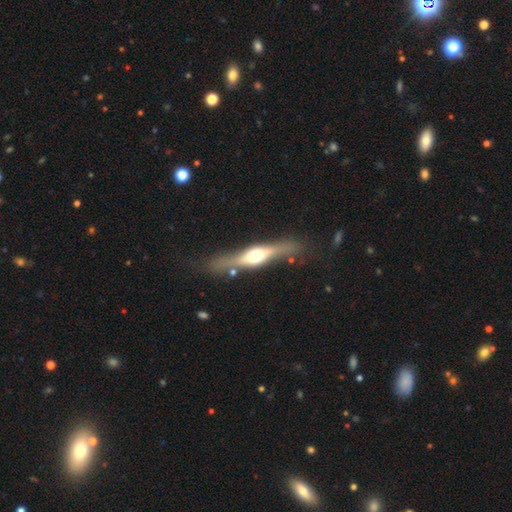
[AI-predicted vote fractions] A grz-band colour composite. It shows a featured or disk galaxy (70%) viewed edge-on (93%) with a rounded central bulge (93%). Merging: none (76%).